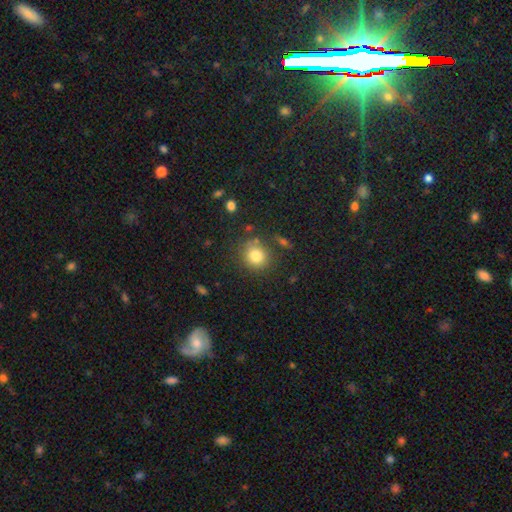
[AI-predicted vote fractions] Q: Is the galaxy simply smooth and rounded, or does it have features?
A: smooth — 81%.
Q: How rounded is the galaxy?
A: round — 82%.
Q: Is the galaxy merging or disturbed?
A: none — 80%.